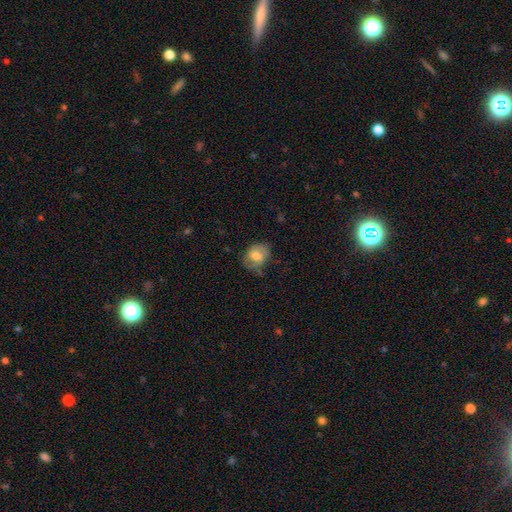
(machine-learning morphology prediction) smooth 63%, featured or disk 29%, star or artifact 8%. Down the decision tree: how rounded — in between (51%); merging — none (54%).